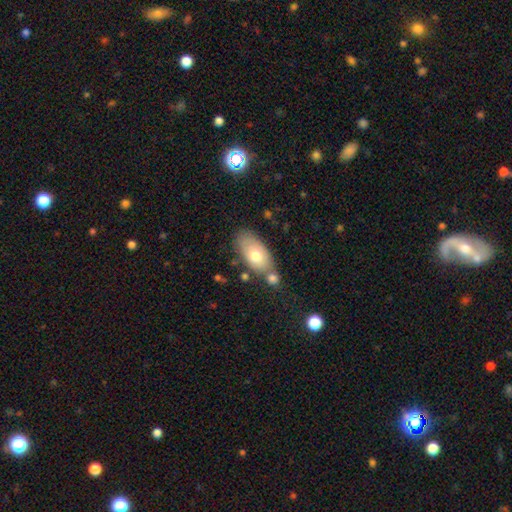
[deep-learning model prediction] smooth 70%, featured or disk 24%, star or artifact 7%. Down the decision tree: how rounded — in between (91%); merging — none (53%).